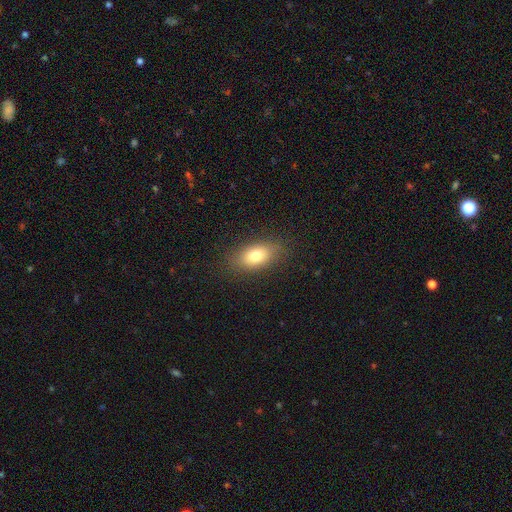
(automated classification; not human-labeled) Smooth or featured? Predicted: smooth (p=0.78). How rounded? Predicted: in between (p=0.86). Merging? Predicted: none (p=0.85).